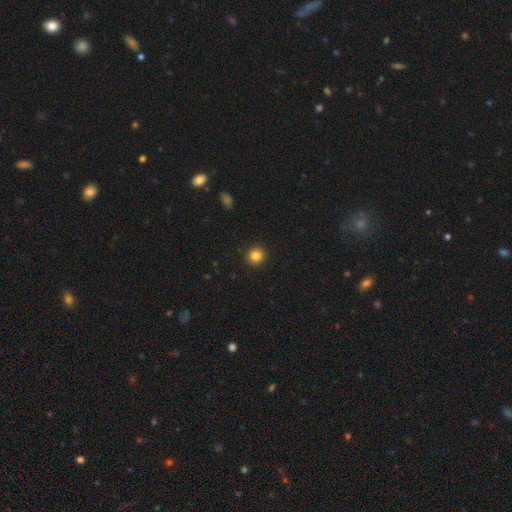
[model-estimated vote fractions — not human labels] A smooth galaxy with no disk features (84%) that is round (93%). Merging: none (93%).